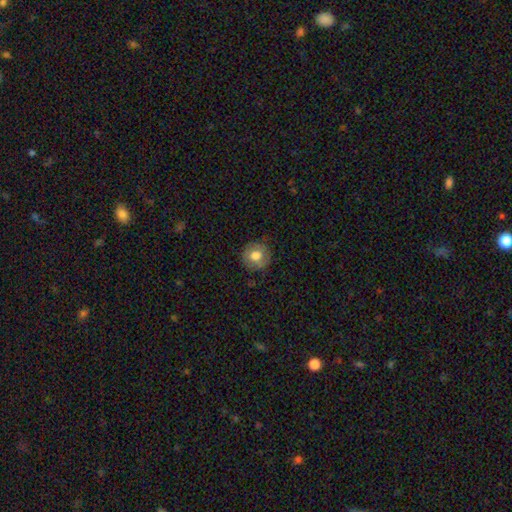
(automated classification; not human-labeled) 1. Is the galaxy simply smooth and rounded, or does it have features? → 73% smooth, 19% featured or disk, 8% star or artifact.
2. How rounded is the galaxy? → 89% round, 10% in between, 1% cigar-shaped.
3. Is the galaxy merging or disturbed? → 85% none, 11% minor disturbance, 3% major disturbance, 1% merger.